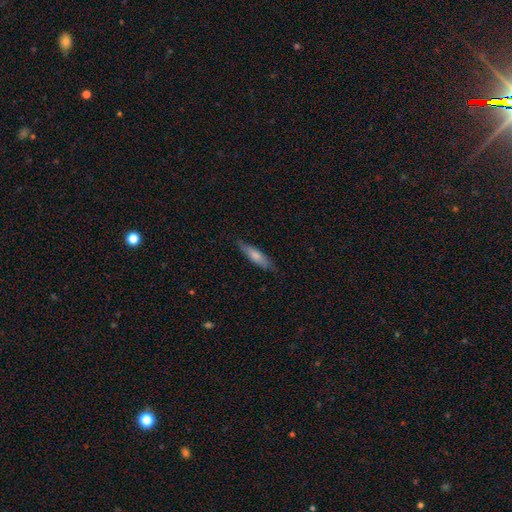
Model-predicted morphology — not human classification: Smooth or featured?
  - smooth: 68% *
  - featured or disk: 27%
  - star or artifact: 5%
How rounded?
  - cigar-shaped: 73% *
  - in between: 26%
  - round: 2%
Merging?
  - none: 83% *
  - minor disturbance: 14%
  - major disturbance: 2%
  - merger: 1%